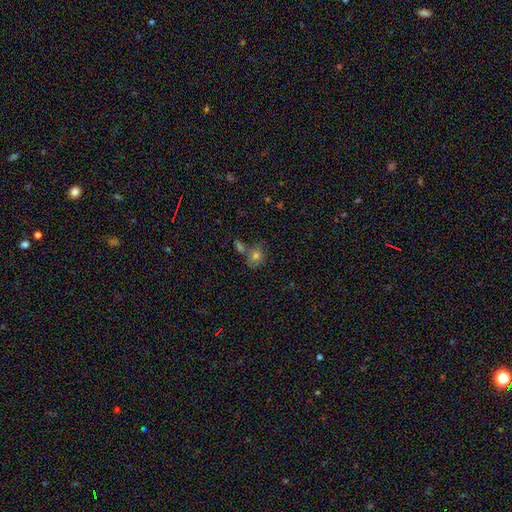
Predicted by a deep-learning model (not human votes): Smooth or featured: smooth — 71% (star or artifact — 16%)
How rounded: round — 52% (in between — 47%)
Merging: none — 55% (merger — 26%)